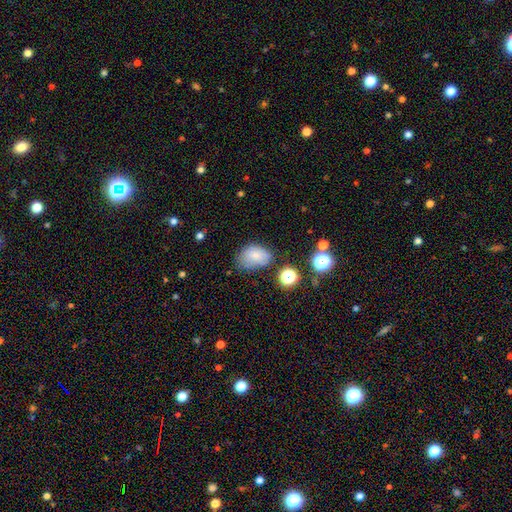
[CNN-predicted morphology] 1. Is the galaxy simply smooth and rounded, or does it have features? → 77% smooth, 12% star or artifact, 11% featured or disk.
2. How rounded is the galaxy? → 79% in between, 20% round, 1% cigar-shaped.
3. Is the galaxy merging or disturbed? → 56% none, 29% minor disturbance, 10% major disturbance, 5% merger.